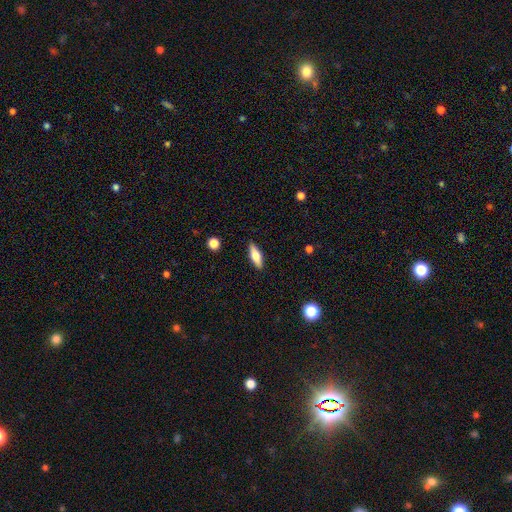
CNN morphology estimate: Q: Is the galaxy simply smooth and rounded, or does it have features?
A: smooth — 61%.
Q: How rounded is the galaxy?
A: in between — 53%.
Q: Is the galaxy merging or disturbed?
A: none — 89%.